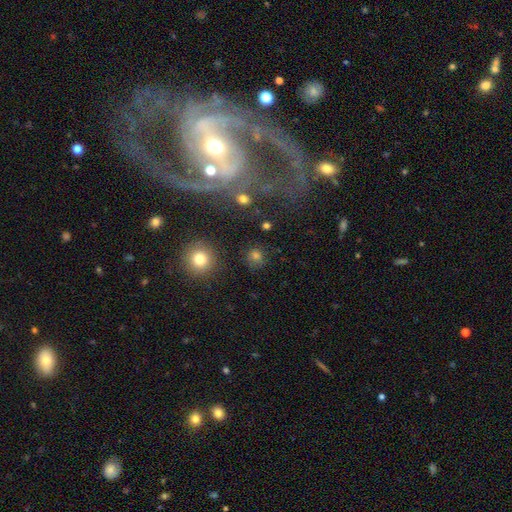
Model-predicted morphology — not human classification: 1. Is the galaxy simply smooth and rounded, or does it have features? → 73% smooth, 19% star or artifact, 8% featured or disk.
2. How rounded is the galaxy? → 89% round, 10% in between, 1% cigar-shaped.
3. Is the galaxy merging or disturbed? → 85% none, 9% minor disturbance, 4% major disturbance, 2% merger.